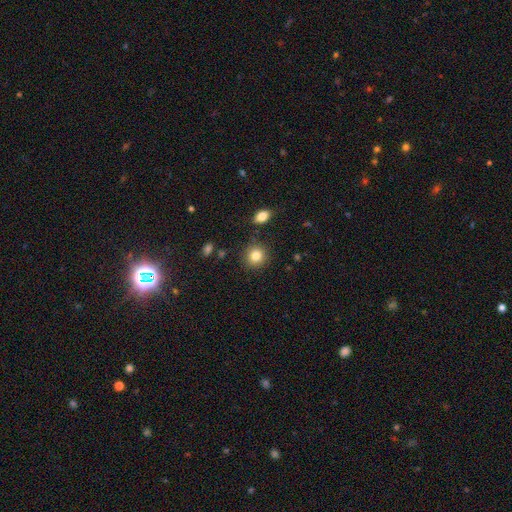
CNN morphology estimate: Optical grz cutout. It shows a smooth galaxy with no disk features (83%) that is round (87%). Merging: none (87%).